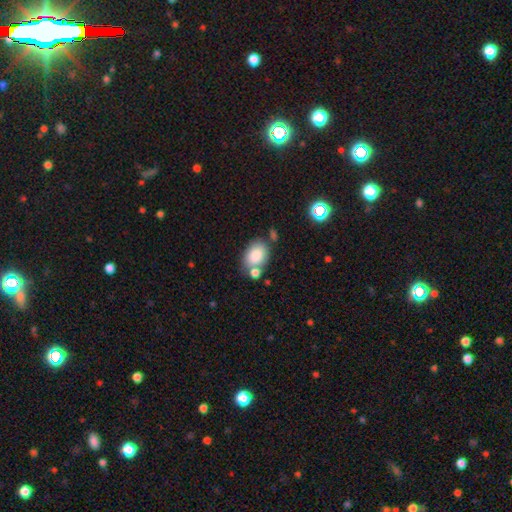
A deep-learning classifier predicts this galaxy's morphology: smooth-or-featured: smooth: 84% | featured or disk: 8% | star or artifact: 8%
  how-rounded: in between: 79% | round: 20% | cigar-shaped: 1%
  merging: none: 54% | merger: 24% | minor disturbance: 16% | major disturbance: 6%